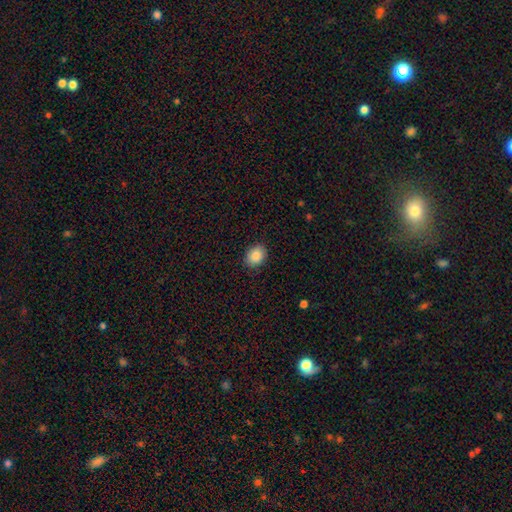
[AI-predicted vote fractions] A smooth galaxy with no disk features (88%) that is in between round and cigar-shaped (61%).

Vote fractions:
- Smooth or featured? smooth: 88% / star or artifact: 8% / featured or disk: 4%
- How rounded? in between: 61% / round: 39% / cigar-shaped: 1%
- Merging? none: 88% / minor disturbance: 9% / major disturbance: 2% / merger: 1%